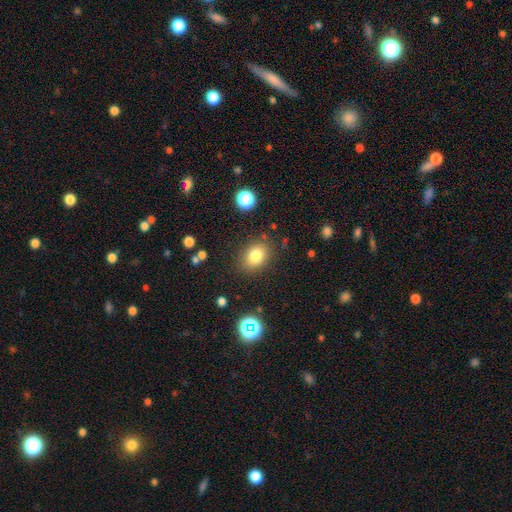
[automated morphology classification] A smooth galaxy with no disk features (80%) that is in between round and cigar-shaped (60%).

Vote fractions:
- Smooth or featured? smooth: 80% / star or artifact: 12% / featured or disk: 8%
- How rounded? in between: 60% / round: 39% / cigar-shaped: 1%
- Merging? none: 83% / minor disturbance: 11% / major disturbance: 4% / merger: 2%